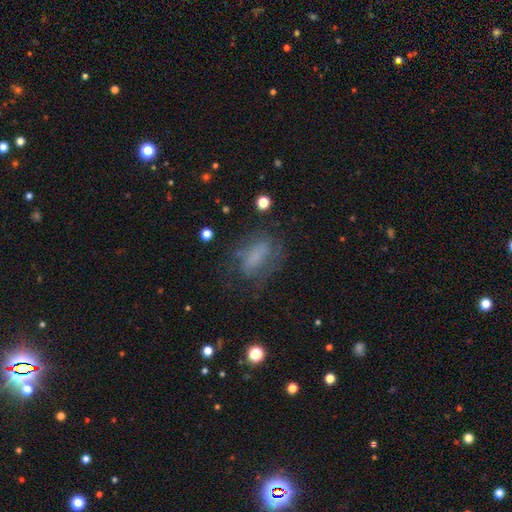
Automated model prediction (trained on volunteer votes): Smooth or featured?
  - smooth: 44% *
  - featured or disk: 42%
  - star or artifact: 14%
Merging?
  - none: 56% *
  - minor disturbance: 22%
  - major disturbance: 20%
  - merger: 2%